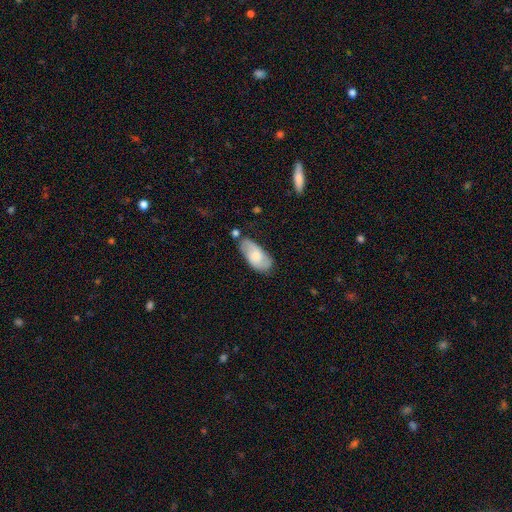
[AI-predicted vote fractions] Overall: smooth (54%; featured or disk 39%). How rounded: in between (91%). Merging: none (62%; minor disturbance 25%).